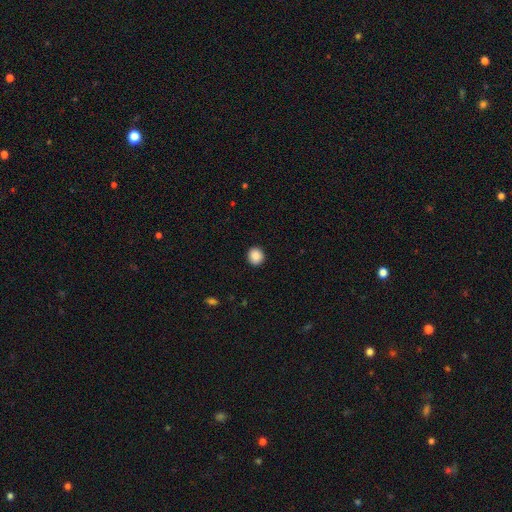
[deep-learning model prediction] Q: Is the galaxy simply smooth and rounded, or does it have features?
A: smooth — 87%.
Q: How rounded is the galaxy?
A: round — 90%.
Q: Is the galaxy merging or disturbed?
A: none — 92%.